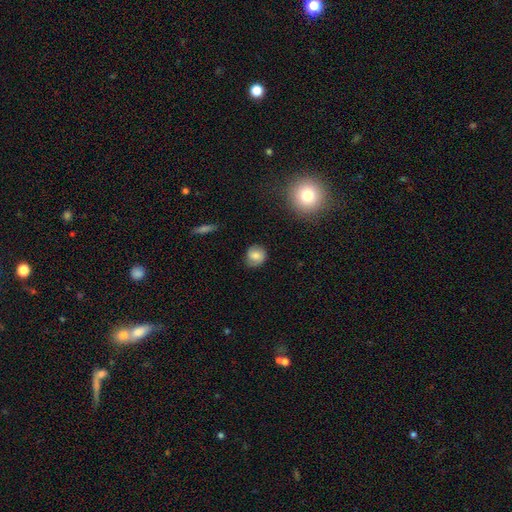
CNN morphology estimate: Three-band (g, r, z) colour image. It shows a smooth galaxy with no disk features (66%) that is round (78%). Merging: none (77%).